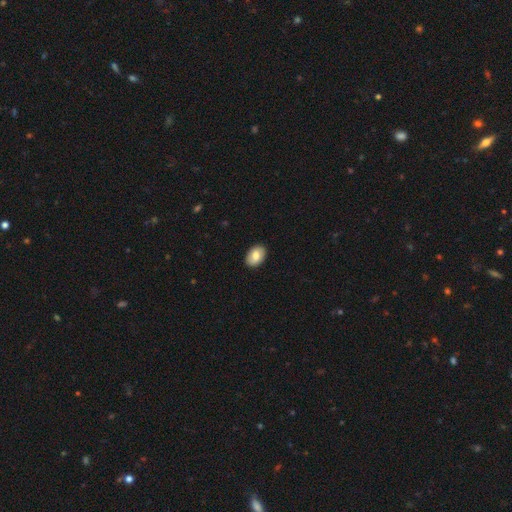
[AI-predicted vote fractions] Smooth or featured?
  - smooth: 78% *
  - featured or disk: 16%
  - star or artifact: 7%
How rounded?
  - in between: 84% *
  - round: 15%
  - cigar-shaped: 1%
Merging?
  - none: 89% *
  - minor disturbance: 8%
  - major disturbance: 2%
  - merger: 1%